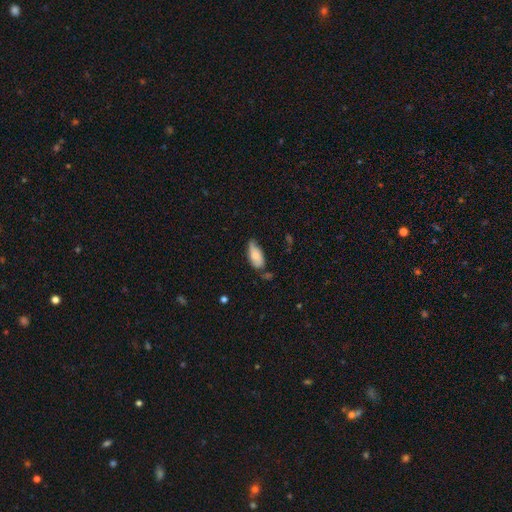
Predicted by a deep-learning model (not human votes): This is likely a smooth galaxy (71%). How rounded: clearly in between (88%). Merging: possibly none (46%).